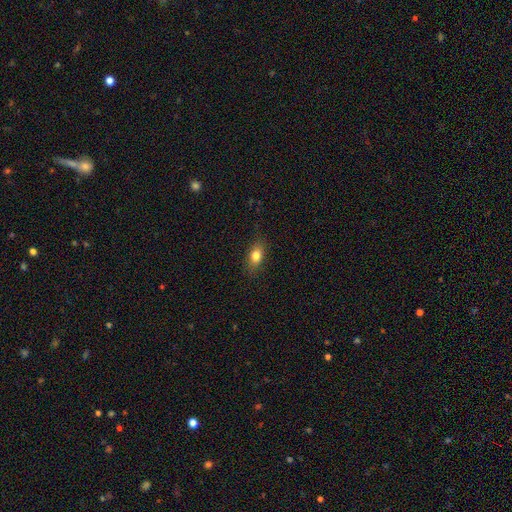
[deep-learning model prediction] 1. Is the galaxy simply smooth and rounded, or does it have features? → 79% smooth, 11% featured or disk, 10% star or artifact.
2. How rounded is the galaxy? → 76% in between, 17% round, 7% cigar-shaped.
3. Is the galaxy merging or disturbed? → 84% none, 12% minor disturbance, 3% major disturbance, 1% merger.